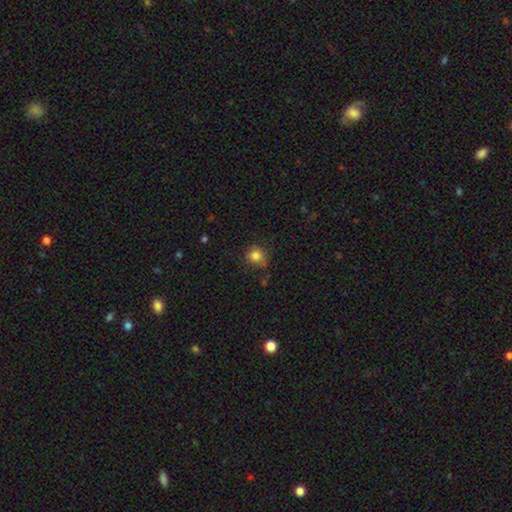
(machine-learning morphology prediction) Q: Smooth or featured?
A: smooth (83%); runner-up: star or artifact (12%)
Q: How rounded?
A: round (86%); runner-up: in between (13%)
Q: Merging?
A: none (72%); runner-up: minor disturbance (20%)